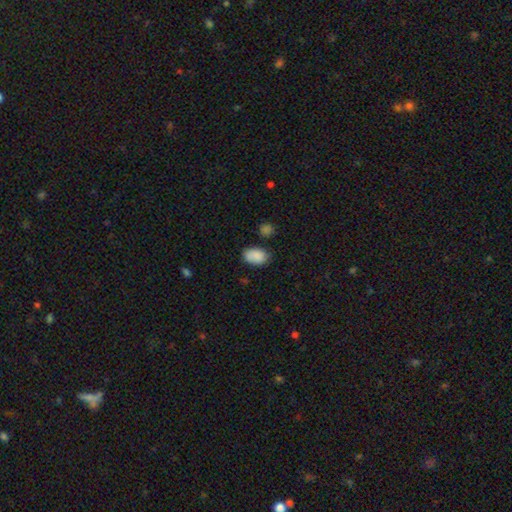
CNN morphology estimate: A smooth galaxy with no disk features (88%) that is in between round and cigar-shaped (88%). Merging: none (73%).